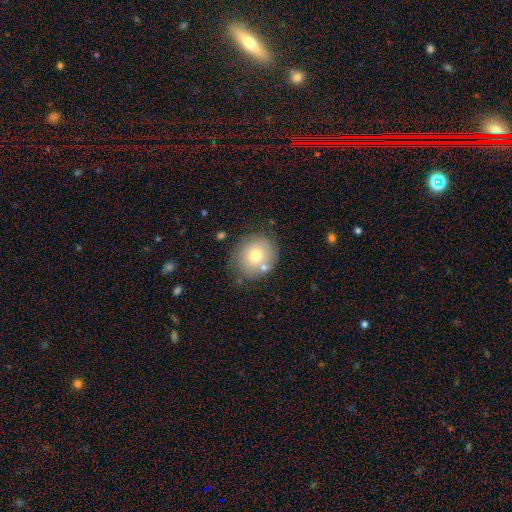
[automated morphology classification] A smooth galaxy with no disk features (71%) that is round (79%).

Vote fractions:
- Smooth or featured? smooth: 71% / featured or disk: 20% / star or artifact: 9%
- How rounded? round: 79% / in between: 20% / cigar-shaped: 1%
- Merging? none: 75% / minor disturbance: 14% / merger: 6% / major disturbance: 4%